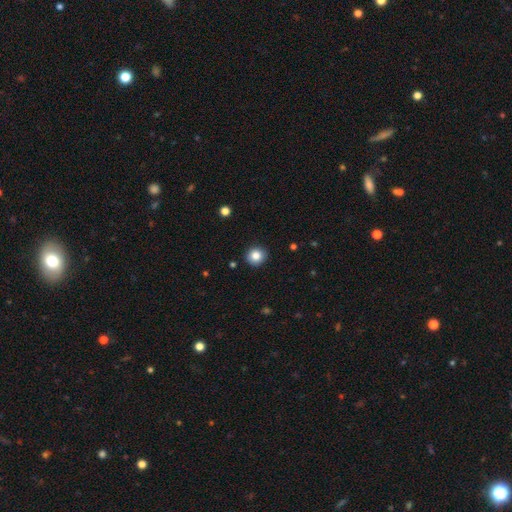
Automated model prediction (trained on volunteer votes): Overall: smooth (83%). How rounded: round (91%). Merging: none (91%).